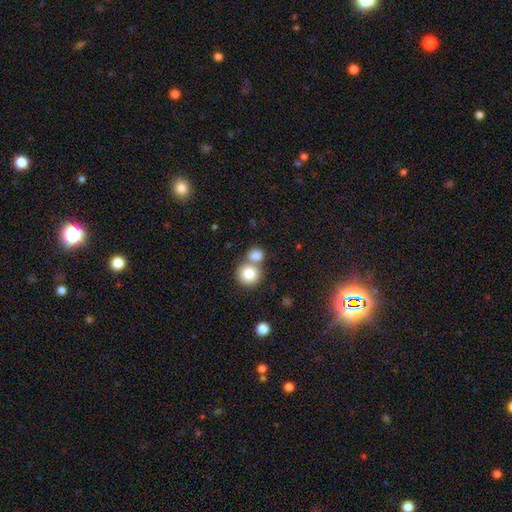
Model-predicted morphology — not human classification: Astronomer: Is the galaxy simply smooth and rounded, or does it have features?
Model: smooth — 82%.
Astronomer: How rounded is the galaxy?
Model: round — 78%.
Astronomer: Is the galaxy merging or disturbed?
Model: merger — 49% (runner-up: none, 42%).